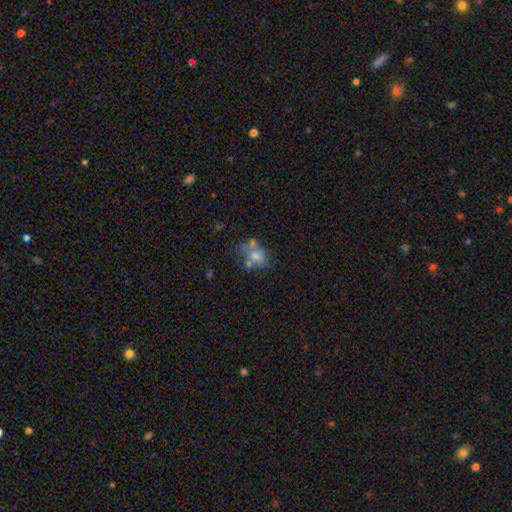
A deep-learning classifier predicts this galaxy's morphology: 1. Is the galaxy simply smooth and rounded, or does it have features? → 56% smooth, 29% featured or disk, 15% star or artifact.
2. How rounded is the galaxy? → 58% in between, 40% round, 1% cigar-shaped.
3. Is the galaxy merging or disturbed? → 38% none, 34% merger, 17% minor disturbance, 12% major disturbance.